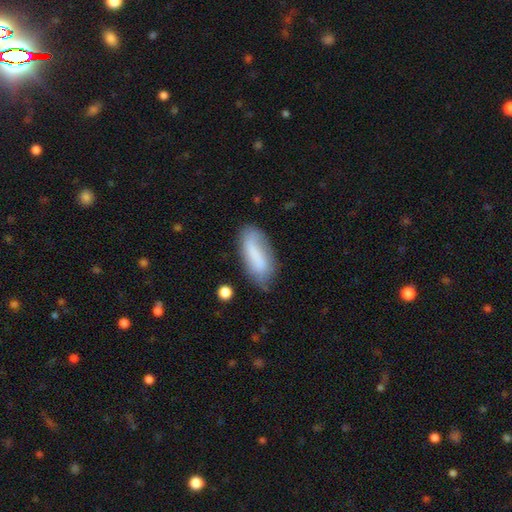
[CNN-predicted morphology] smooth 71%, featured or disk 22%, star or artifact 8%. Down the decision tree: how rounded — in between (78%); merging — none (61%).